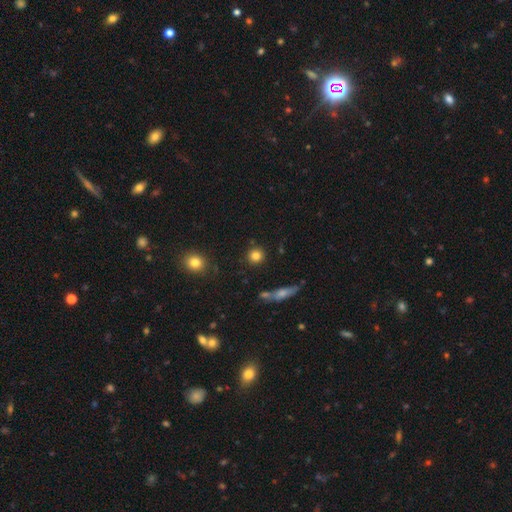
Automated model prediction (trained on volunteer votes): Q: Smooth or featured?
A: smooth (82%); runner-up: star or artifact (11%)
Q: How rounded?
A: round (91%); runner-up: in between (7%)
Q: Merging?
A: none (87%); runner-up: minor disturbance (7%)